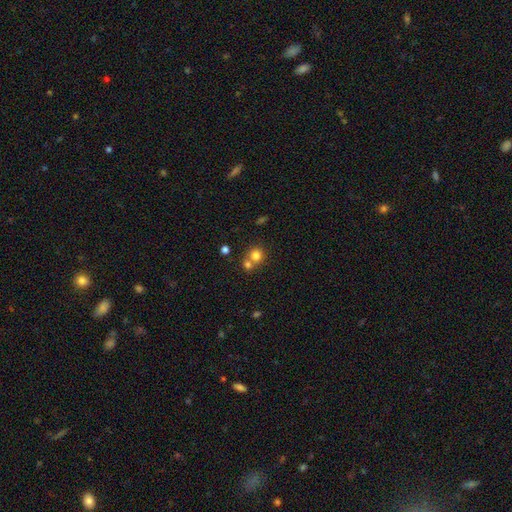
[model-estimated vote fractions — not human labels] The model was most divided on "merging": none: 49%, merger: 42%, minor disturbance: 6%, major disturbance: 3%. More confident: how rounded — round (86%); smooth or featured — smooth (78%).